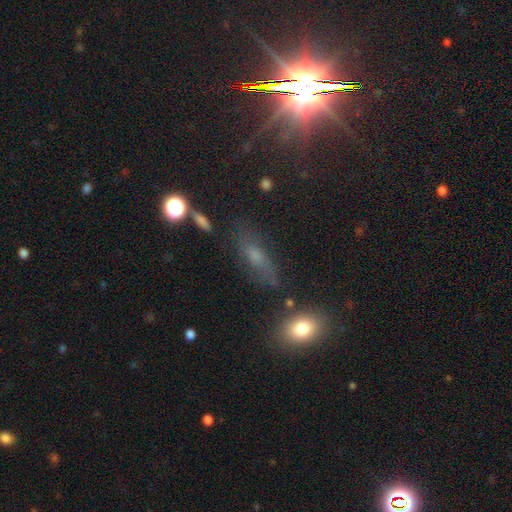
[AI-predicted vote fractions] star or artifact 36%, featured or disk 35%, smooth 29%.